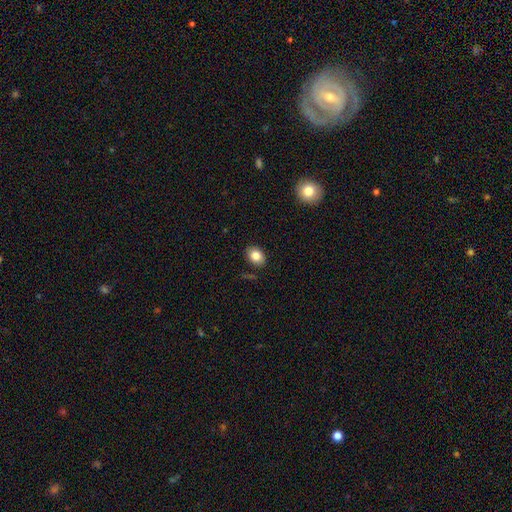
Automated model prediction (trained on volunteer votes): Smooth or featured? smooth (84%)
How rounded? in between (69%)
Merging? none (87%)